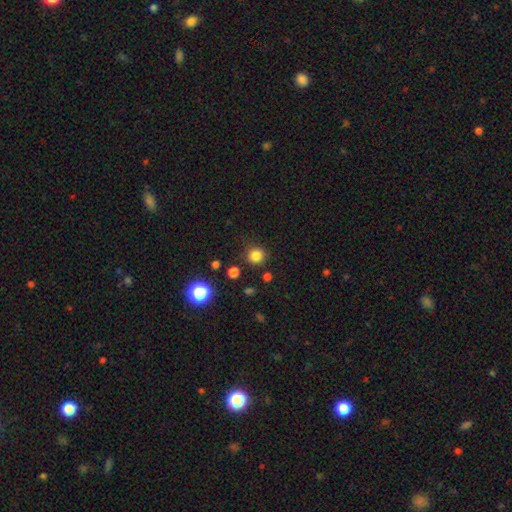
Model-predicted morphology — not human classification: type=smooth (82%); roundness=round (92%); merging=none (86%).